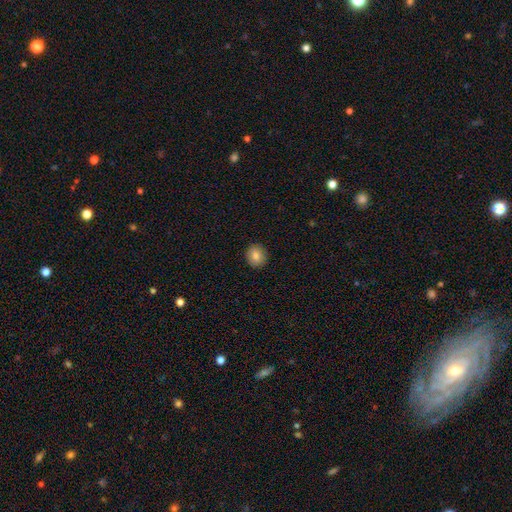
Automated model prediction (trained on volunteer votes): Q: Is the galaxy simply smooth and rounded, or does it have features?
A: smooth — 82%.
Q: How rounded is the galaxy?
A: round — 81%.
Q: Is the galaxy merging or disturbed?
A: none — 92%.